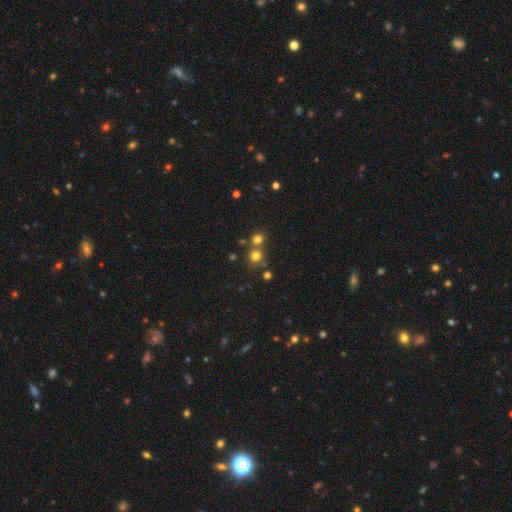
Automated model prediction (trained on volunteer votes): smooth-or-featured: smooth: 71% | star or artifact: 21% | featured or disk: 8%
  how-rounded: round: 89% | in between: 10% | cigar-shaped: 1%
  merging: none: 60% | merger: 31% | minor disturbance: 6% | major disturbance: 3%